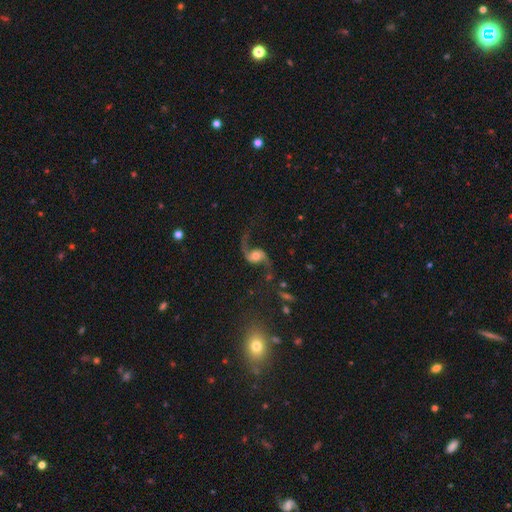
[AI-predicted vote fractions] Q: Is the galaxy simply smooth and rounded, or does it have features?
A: featured or disk — 88%.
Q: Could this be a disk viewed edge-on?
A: no — 97%.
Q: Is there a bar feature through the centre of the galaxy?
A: no — 64%.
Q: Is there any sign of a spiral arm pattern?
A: yes — 97%.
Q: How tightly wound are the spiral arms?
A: loose — 85%.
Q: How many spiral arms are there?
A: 2 — 93%.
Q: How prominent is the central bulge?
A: moderate — 57%.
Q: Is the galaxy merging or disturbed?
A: none — 70%.